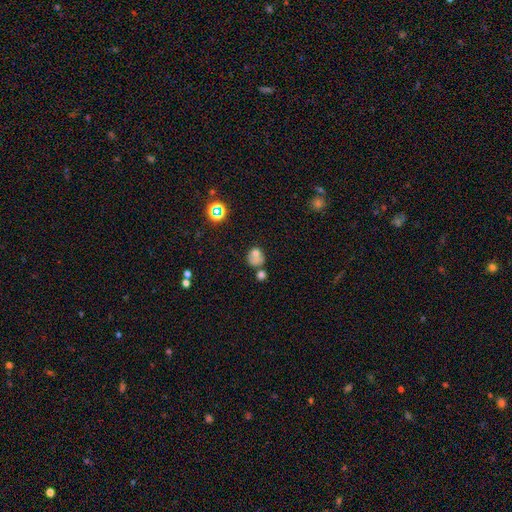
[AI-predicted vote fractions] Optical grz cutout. It shows a smooth galaxy with no disk features (68%) that is round (69%). Merging: none (43%).